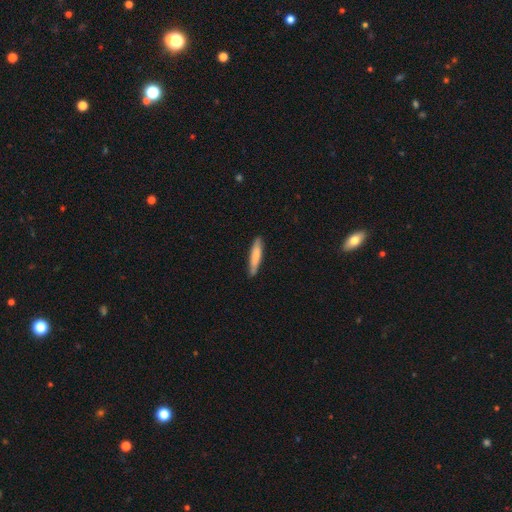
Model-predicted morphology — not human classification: type=smooth (78%); roundness=cigar-shaped (89%); merging=none (85%).